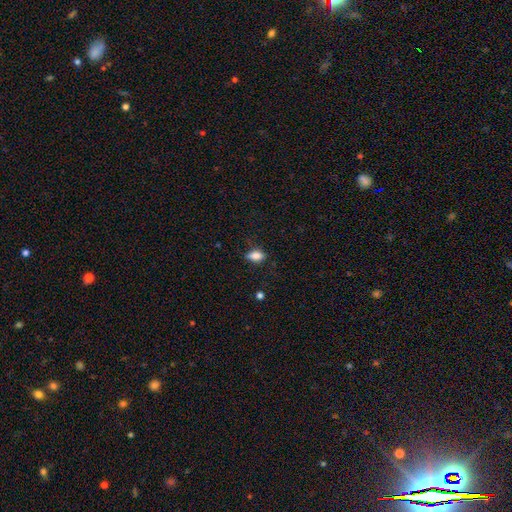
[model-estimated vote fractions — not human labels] Smooth or featured?
  - smooth: 79% *
  - featured or disk: 12%
  - star or artifact: 9%
How rounded?
  - in between: 84% *
  - cigar-shaped: 8%
  - round: 8%
Merging?
  - none: 74% *
  - minor disturbance: 19%
  - major disturbance: 5%
  - merger: 1%